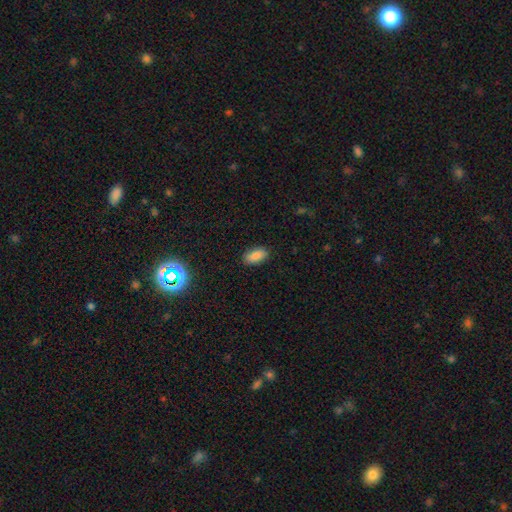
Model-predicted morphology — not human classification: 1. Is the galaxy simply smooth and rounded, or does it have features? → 86% smooth, 9% star or artifact, 5% featured or disk.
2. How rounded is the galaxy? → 91% in between, 5% cigar-shaped, 3% round.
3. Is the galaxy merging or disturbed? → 87% none, 9% minor disturbance, 2% major disturbance, 1% merger.